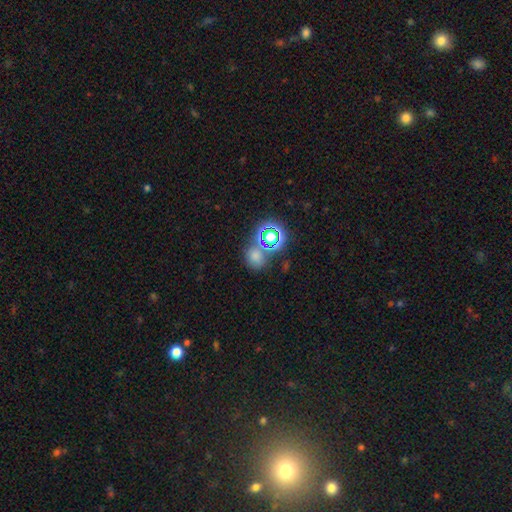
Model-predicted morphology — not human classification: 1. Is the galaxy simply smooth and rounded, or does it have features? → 62% smooth, 31% star or artifact, 8% featured or disk.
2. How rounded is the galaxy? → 75% round, 24% in between, 1% cigar-shaped.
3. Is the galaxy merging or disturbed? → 61% none, 24% merger, 10% minor disturbance, 5% major disturbance.